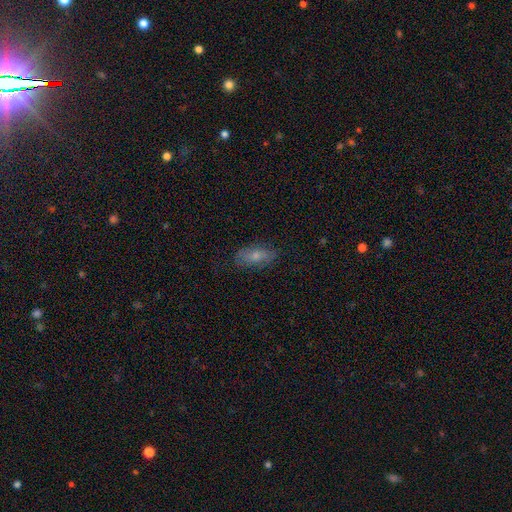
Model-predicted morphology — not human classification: smooth_or_featured: smooth (p=0.65) [alt: featured or disk p=0.27]
how_rounded: in between (p=0.86) [alt: cigar-shaped p=0.10]
merging: none (p=0.76) [alt: minor disturbance p=0.18]